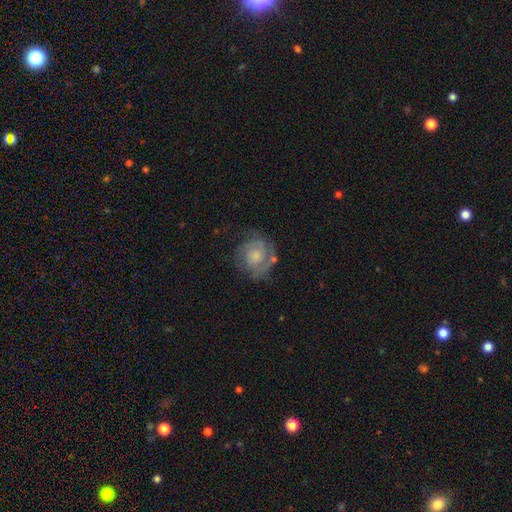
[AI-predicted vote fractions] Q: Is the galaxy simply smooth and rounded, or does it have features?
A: featured or disk — 66%.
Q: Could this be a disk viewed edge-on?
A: no — 98%.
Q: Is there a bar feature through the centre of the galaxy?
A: no — 71%.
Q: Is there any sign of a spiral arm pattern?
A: yes — 86%.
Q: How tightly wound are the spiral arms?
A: tight — 54%.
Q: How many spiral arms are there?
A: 2 — 48%.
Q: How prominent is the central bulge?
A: moderate — 38%.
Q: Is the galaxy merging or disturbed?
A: none — 62%.